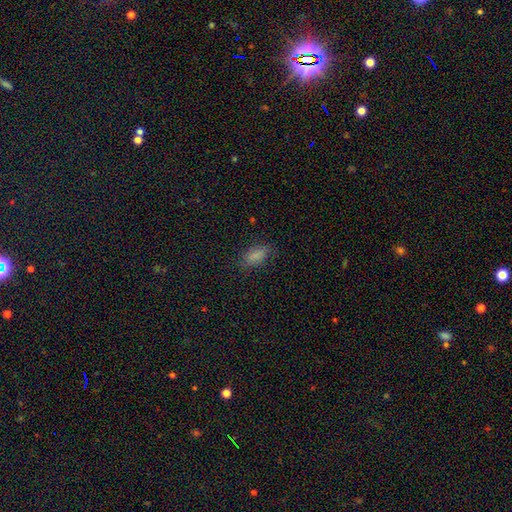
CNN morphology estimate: type=smooth (81%); roundness=in between (87%); merging=none (77%).